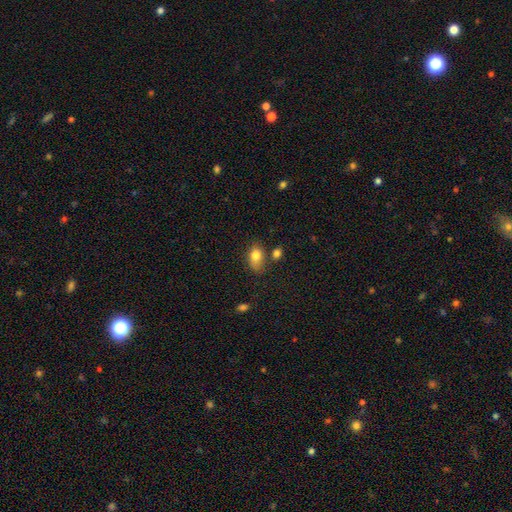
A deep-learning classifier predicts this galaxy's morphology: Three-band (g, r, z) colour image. It shows a smooth galaxy with no disk features (81%) that is in between round and cigar-shaped (81%). Merging: none (59%).